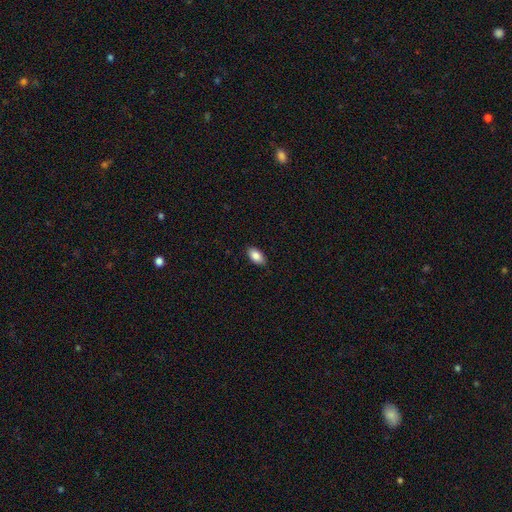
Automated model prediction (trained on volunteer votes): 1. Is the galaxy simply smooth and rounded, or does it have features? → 86% smooth, 7% star or artifact, 6% featured or disk.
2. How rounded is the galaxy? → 93% in between, 4% round, 2% cigar-shaped.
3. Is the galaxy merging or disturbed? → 88% none, 9% minor disturbance, 2% major disturbance, 1% merger.